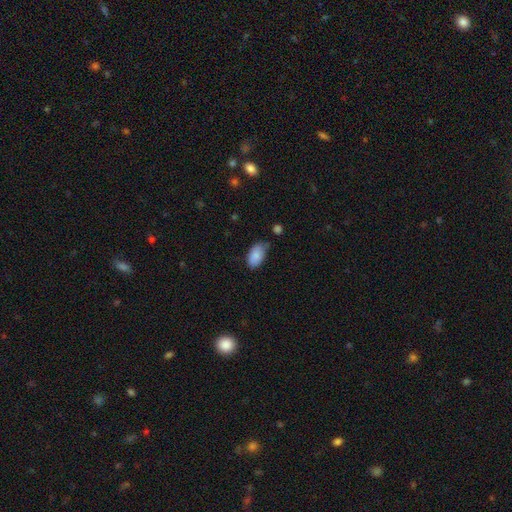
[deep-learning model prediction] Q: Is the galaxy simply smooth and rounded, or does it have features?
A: smooth — 86%.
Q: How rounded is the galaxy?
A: in between — 94%.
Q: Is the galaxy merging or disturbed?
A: none — 55%.